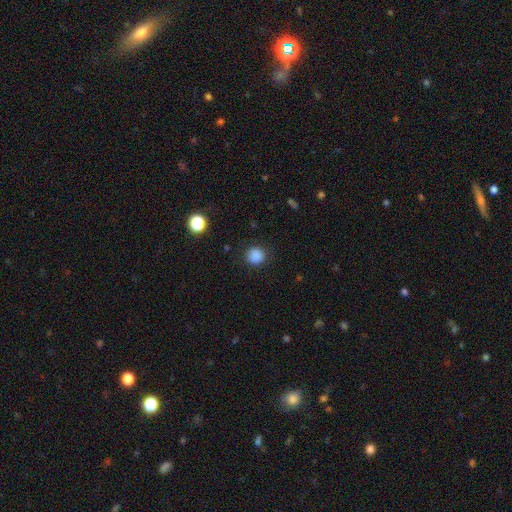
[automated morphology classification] A smooth galaxy with no disk features (86%) that is round (92%). Merging: none (88%).